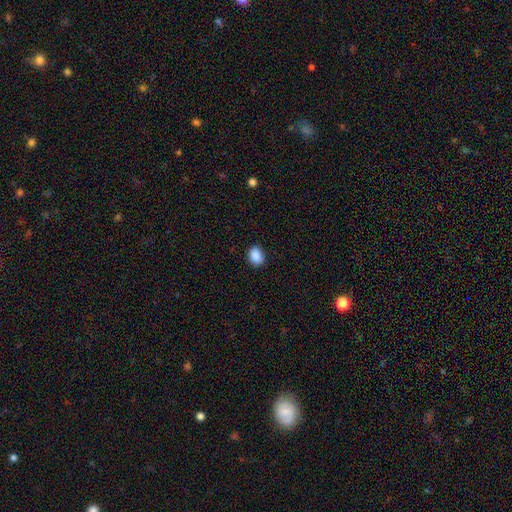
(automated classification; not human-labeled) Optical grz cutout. It shows a smooth galaxy with no disk features (89%) that is in between round and cigar-shaped (59%). Merging: none (88%).